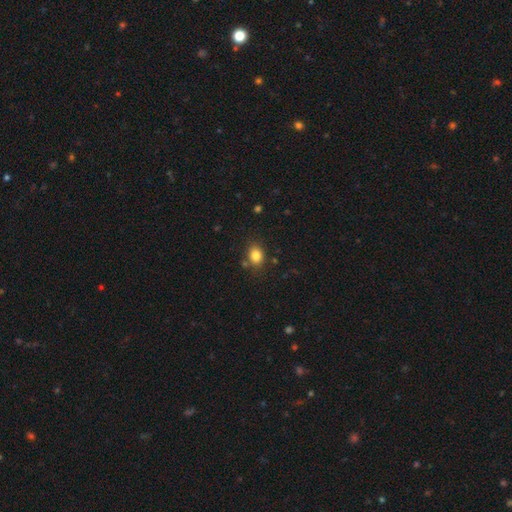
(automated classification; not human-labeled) Morphology: type=smooth (83%); roundness=in between (57%); merging=none (79%).